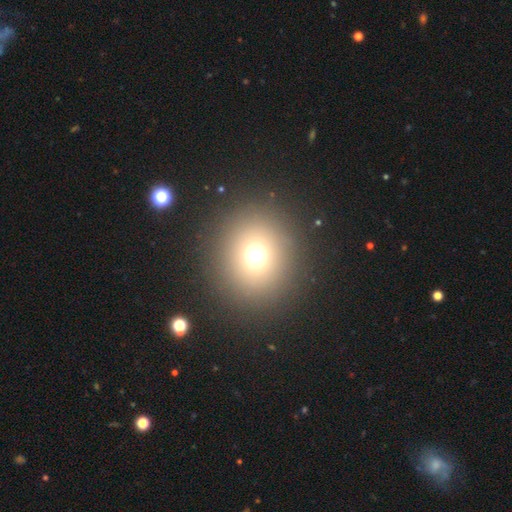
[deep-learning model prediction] Q: Smooth or featured?
A: smooth (68%); runner-up: star or artifact (23%)
Q: How rounded?
A: round (87%); runner-up: in between (12%)
Q: Merging?
A: none (88%); runner-up: minor disturbance (6%)